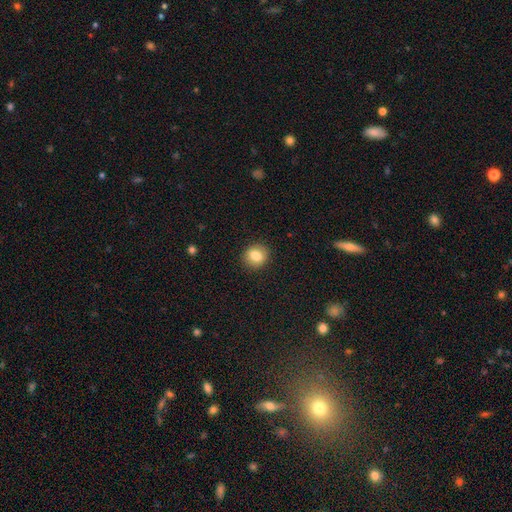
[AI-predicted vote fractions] smooth-or-featured: smooth: 82% | star or artifact: 9% | featured or disk: 8%
  how-rounded: round: 76% | in between: 23% | cigar-shaped: 1%
  merging: none: 90% | minor disturbance: 7% | major disturbance: 2% | merger: 1%